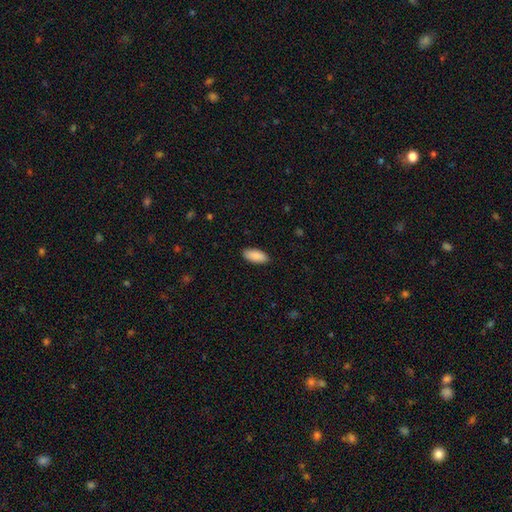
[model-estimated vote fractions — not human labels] Smooth or featured?
  - smooth: 91% *
  - star or artifact: 6%
  - featured or disk: 4%
How rounded?
  - in between: 89% *
  - cigar-shaped: 9%
  - round: 2%
Merging?
  - none: 90% *
  - minor disturbance: 8%
  - major disturbance: 2%
  - merger: 1%